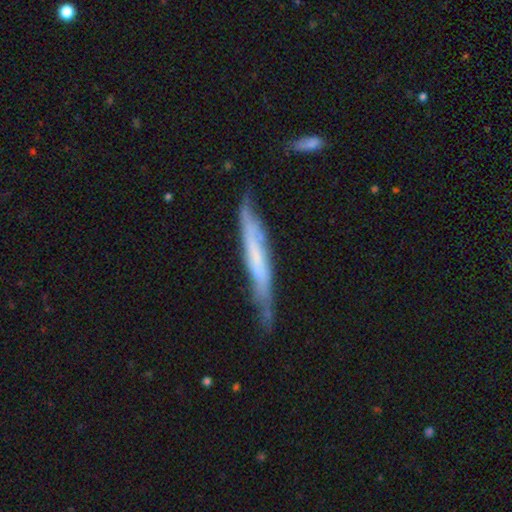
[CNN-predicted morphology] This is possibly a featured or disk galaxy (58%). It is likely viewed edge-on (79%). Merging: likely none (64%).